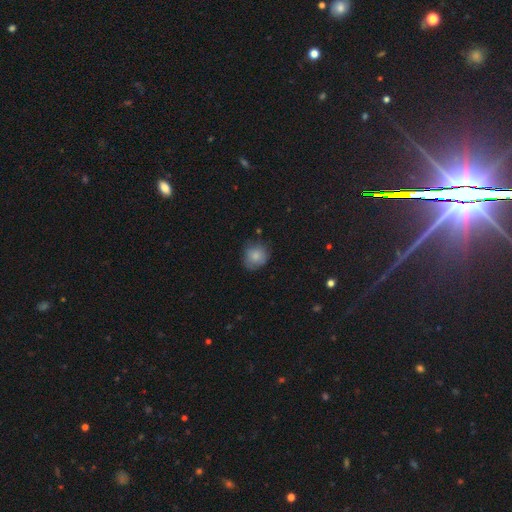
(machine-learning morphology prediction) Overall: smooth (82%). How rounded: round (83%). Merging: none (73%).